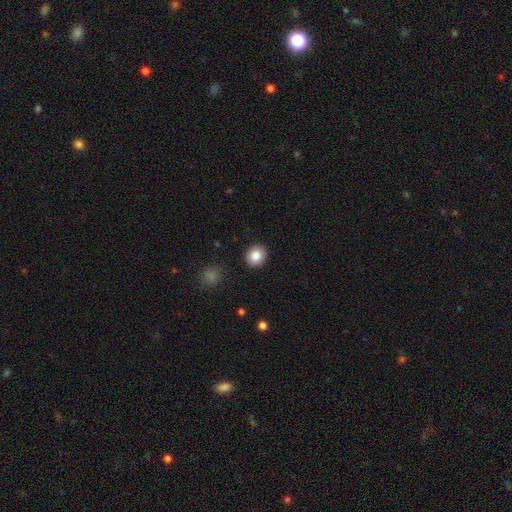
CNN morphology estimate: smooth_or_featured: smooth (p=0.85) [alt: star or artifact p=0.09]
how_rounded: round (p=0.79) [alt: in between p=0.20]
merging: none (p=0.91) [alt: minor disturbance p=0.06]